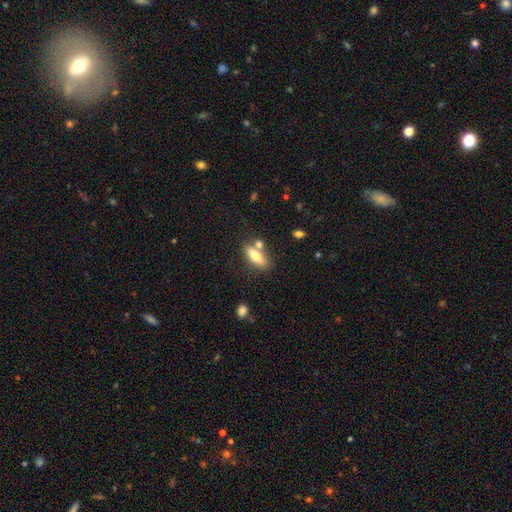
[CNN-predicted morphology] Smooth or featured? smooth (67%)
How rounded? in between (65%)
Merging? none (65%)